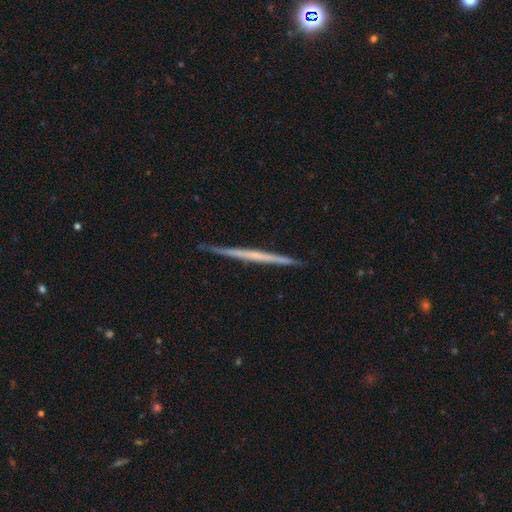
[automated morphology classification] Overall: featured or disk (65%; smooth 30%). Edge-on disk: yes (98%). Edge-on bulge: none (84%). Merging: none (91%).